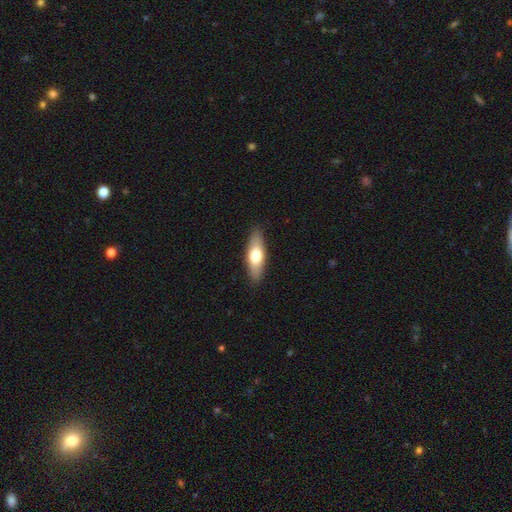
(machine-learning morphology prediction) Smooth or featured? Predicted: smooth (p=0.62). How rounded? Predicted: in between (p=0.54). Merging? Predicted: none (p=0.88).